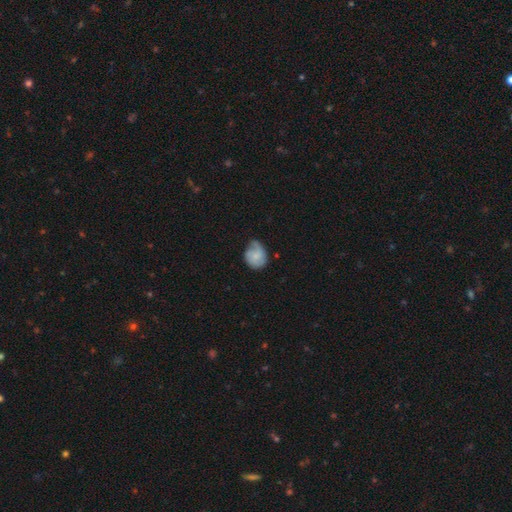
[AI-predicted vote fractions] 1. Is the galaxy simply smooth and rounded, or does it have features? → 50% smooth, 43% featured or disk, 7% star or artifact.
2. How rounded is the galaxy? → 54% round, 45% in between, 1% cigar-shaped.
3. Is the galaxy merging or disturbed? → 48% none, 36% minor disturbance, 14% major disturbance, 2% merger.